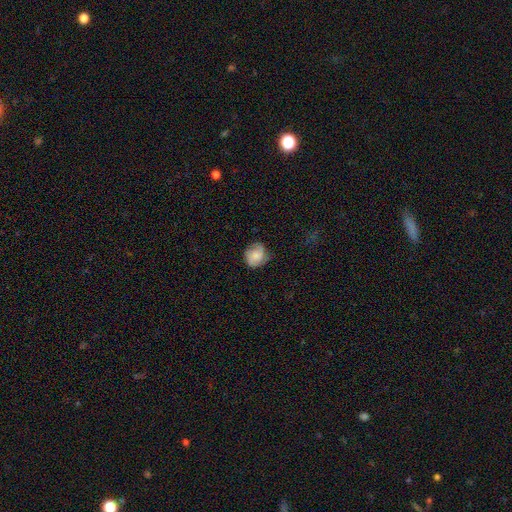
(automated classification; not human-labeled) A smooth galaxy with no disk features (61%) that is round (72%). Merging: none (67%).